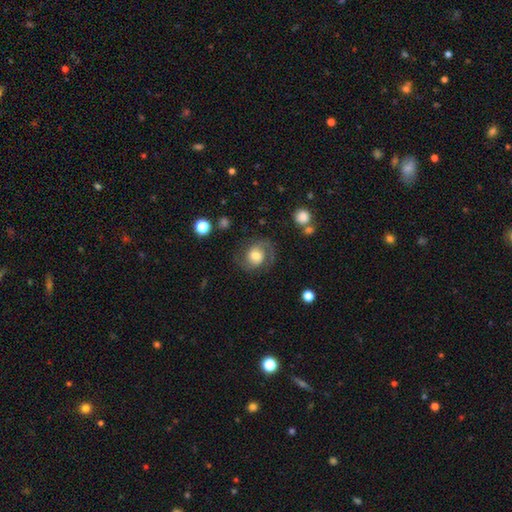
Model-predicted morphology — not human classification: The model was most divided on "spiral winding": medium: 50%, tight: 29%, loose: 21%. More confident: edge-on disk — no (98%); spiral arms — yes (92%); spiral arm count — 2 (85%); merging — none (71%); smooth or featured — featured or disk (69%); bar — no (68%); bulge size — moderate (52%).